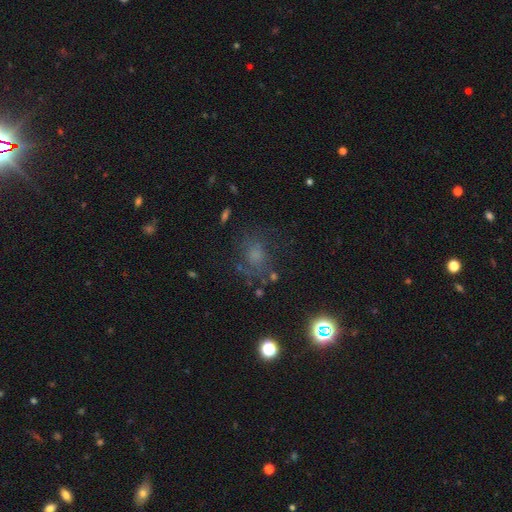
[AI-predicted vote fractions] Smooth or featured: smooth — 39% (featured or disk — 33%)
Merging: none — 60% (minor disturbance — 19%)